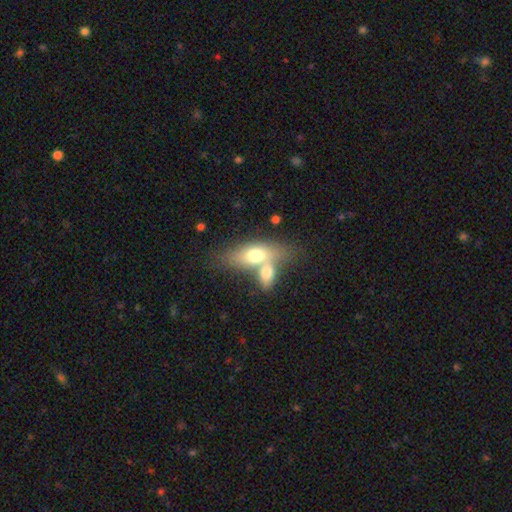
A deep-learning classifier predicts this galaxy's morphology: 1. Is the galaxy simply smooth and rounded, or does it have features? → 66% smooth, 27% featured or disk, 7% star or artifact.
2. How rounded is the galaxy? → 78% in between, 15% cigar-shaped, 7% round.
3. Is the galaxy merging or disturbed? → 62% merger, 25% none, 8% minor disturbance, 5% major disturbance.